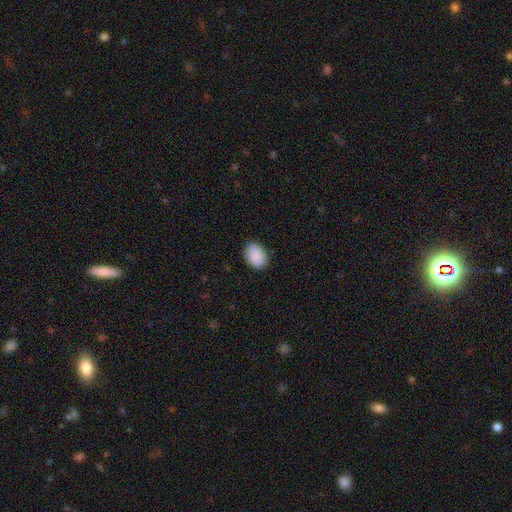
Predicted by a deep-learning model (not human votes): Morphology: type=smooth (90%); roundness=in between (80%); merging=none (84%).